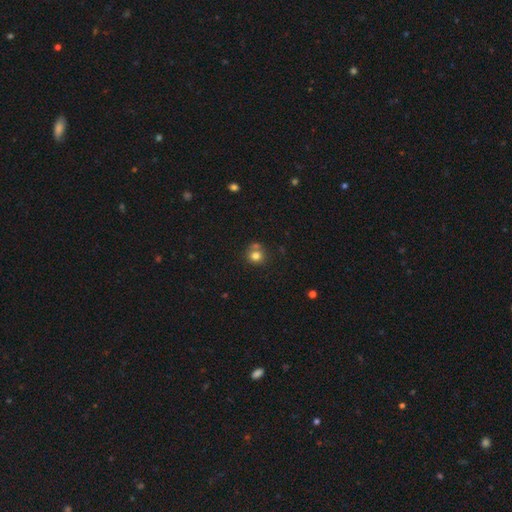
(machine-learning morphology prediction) smooth-or-featured: smooth: 78% | star or artifact: 12% | featured or disk: 10%
  how-rounded: round: 83% | in between: 16% | cigar-shaped: 1%
  merging: none: 58% | merger: 23% | minor disturbance: 14% | major disturbance: 5%